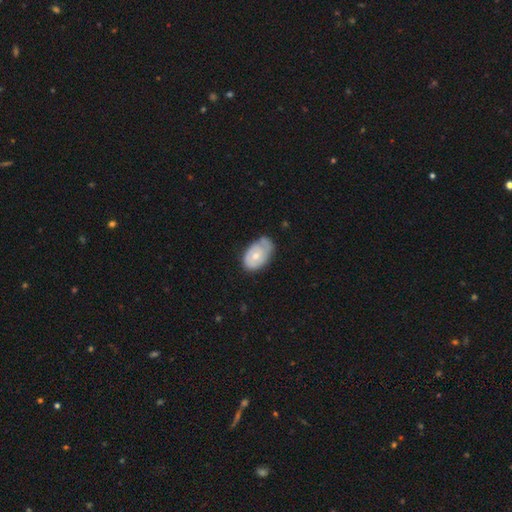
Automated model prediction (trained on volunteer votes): A featured or disk galaxy (51%). Merging: none (45%).